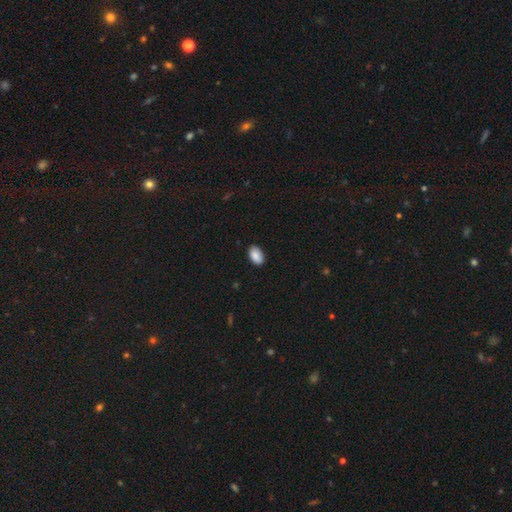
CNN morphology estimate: A smooth galaxy with no disk features (89%) that is in between round and cigar-shaped (93%).

Vote fractions:
- Smooth or featured? smooth: 89% / star or artifact: 7% / featured or disk: 4%
- How rounded? in between: 93% / round: 5% / cigar-shaped: 1%
- Merging? none: 88% / minor disturbance: 10% / major disturbance: 2% / merger: 1%